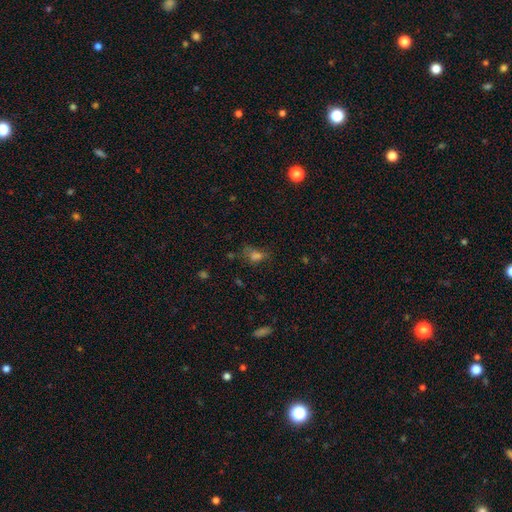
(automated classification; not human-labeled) smooth 60%, star or artifact 25%, featured or disk 15%. Down the decision tree: how rounded — in between (65%); merging — none (45%).